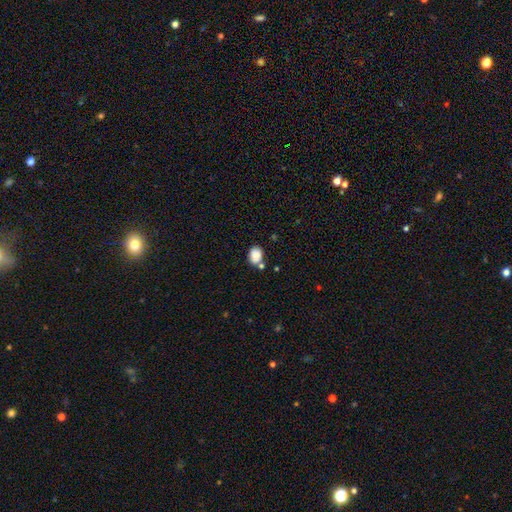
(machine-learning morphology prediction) Smooth or featured? Predicted: smooth (p=0.86). How rounded? Predicted: in between (p=0.60). Merging? Predicted: none (p=0.63).